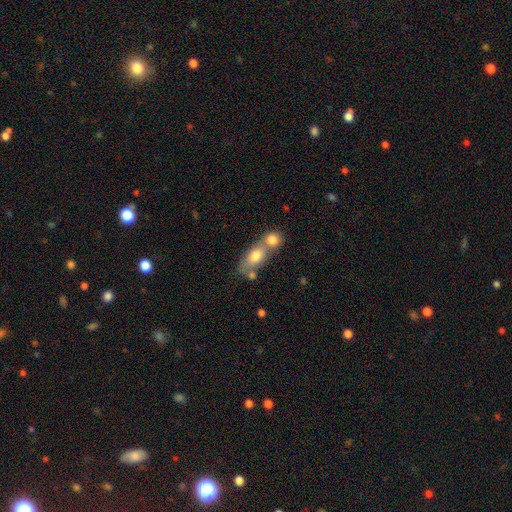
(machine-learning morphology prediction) The model was most divided on "merging": merger: 60%, none: 28%, minor disturbance: 8%, major disturbance: 4%. More confident: smooth or featured — smooth (72%); how rounded — in between (72%).